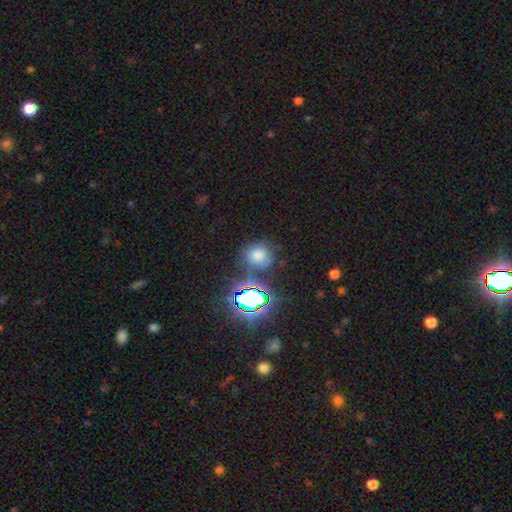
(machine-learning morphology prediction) Q: Smooth or featured?
A: smooth (60%); runner-up: star or artifact (31%)
Q: How rounded?
A: round (76%); runner-up: in between (22%)
Q: Merging?
A: none (69%); runner-up: minor disturbance (15%)